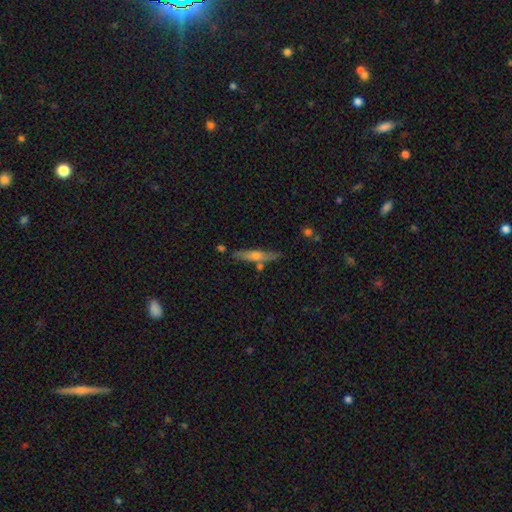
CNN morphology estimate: smooth_or_featured: featured or disk (p=0.47) [tied with: smooth p=0.47]
merging: none (p=0.76) [alt: minor disturbance p=0.13]